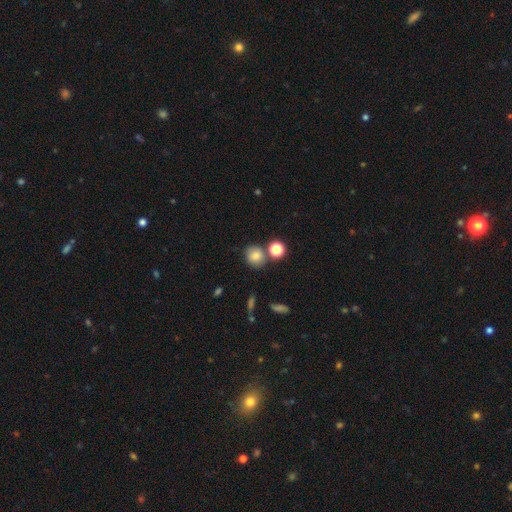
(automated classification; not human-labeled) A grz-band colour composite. It shows a smooth galaxy with no disk features (79%) that is round (83%). Merging: none (73%).